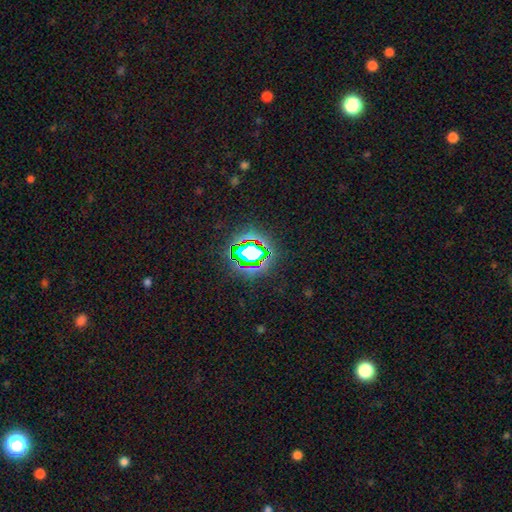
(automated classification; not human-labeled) Smooth or featured? Predicted: star or artifact (p=0.67).